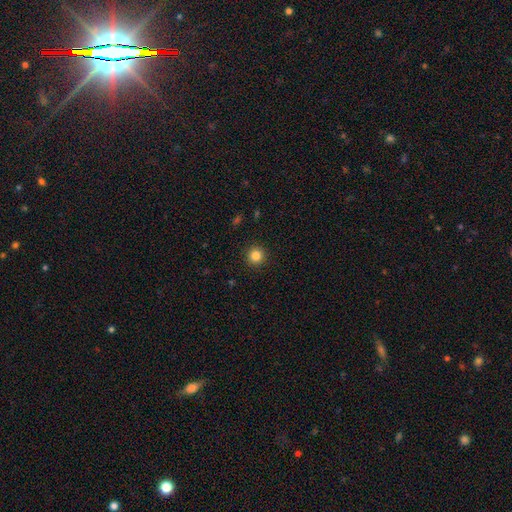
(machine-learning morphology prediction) This appears to be a smooth galaxy with no disk features (84%) that is round (95%). Merging: none (92%).